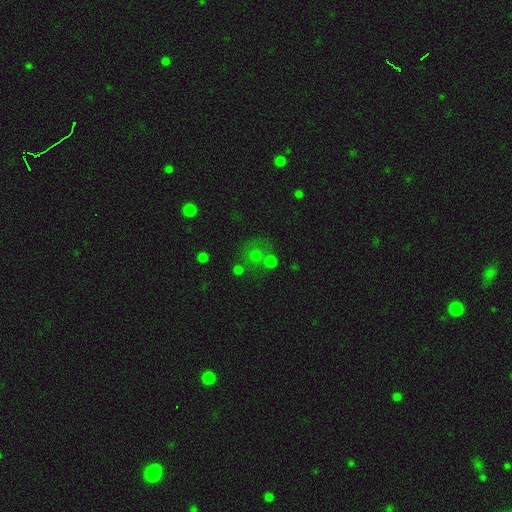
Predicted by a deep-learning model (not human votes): A smooth galaxy with no disk features (58%) that is round (86%).

Vote fractions:
- Smooth or featured? smooth: 58% / star or artifact: 29% / featured or disk: 13%
- How rounded? round: 86% / in between: 13% / cigar-shaped: 1%
- Merging? none: 55% / merger: 28% / minor disturbance: 10% / major disturbance: 7%